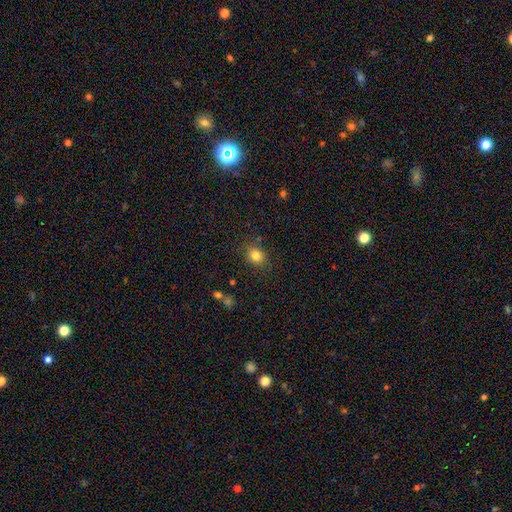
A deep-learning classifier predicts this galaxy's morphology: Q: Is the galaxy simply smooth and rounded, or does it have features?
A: smooth — 81%.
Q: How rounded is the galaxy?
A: round — 58%.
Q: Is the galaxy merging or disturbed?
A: none — 83%.